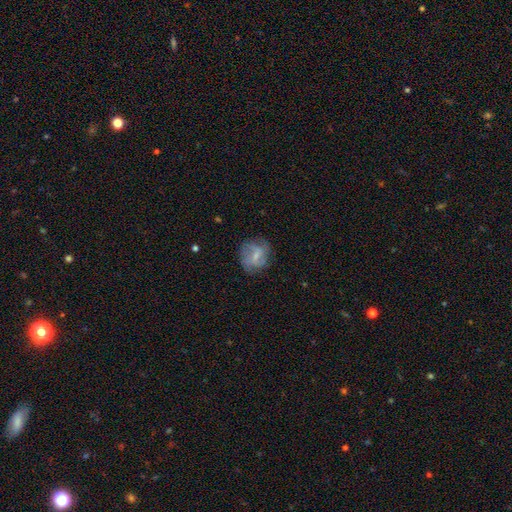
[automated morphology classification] smooth-or-featured: smooth: 48% | featured or disk: 44% | star or artifact: 8%
  merging: none: 66% | minor disturbance: 22% | major disturbance: 11% | merger: 1%